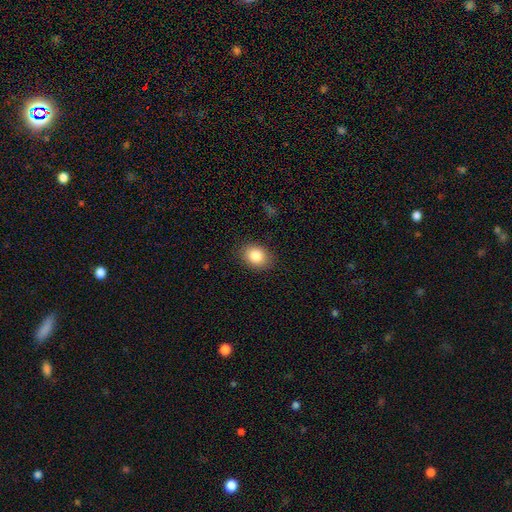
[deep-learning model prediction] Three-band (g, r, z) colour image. It shows a smooth galaxy with no disk features (85%) that is in between round and cigar-shaped (61%). Merging: none (87%).